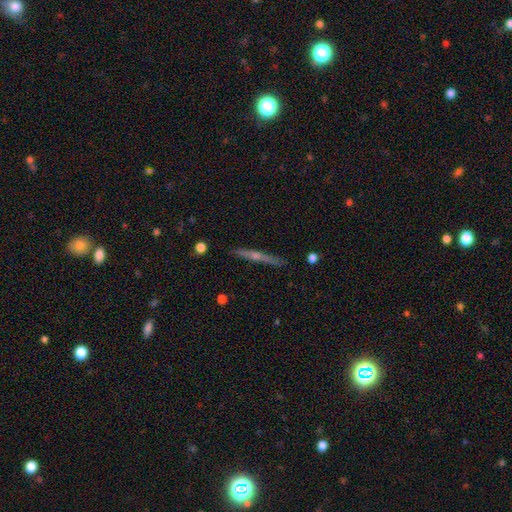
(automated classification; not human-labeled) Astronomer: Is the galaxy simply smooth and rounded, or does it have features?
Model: featured or disk — 67%.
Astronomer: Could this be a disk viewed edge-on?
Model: yes — 97%.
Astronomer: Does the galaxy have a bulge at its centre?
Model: rounded — 70%.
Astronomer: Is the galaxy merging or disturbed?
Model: none — 88%.